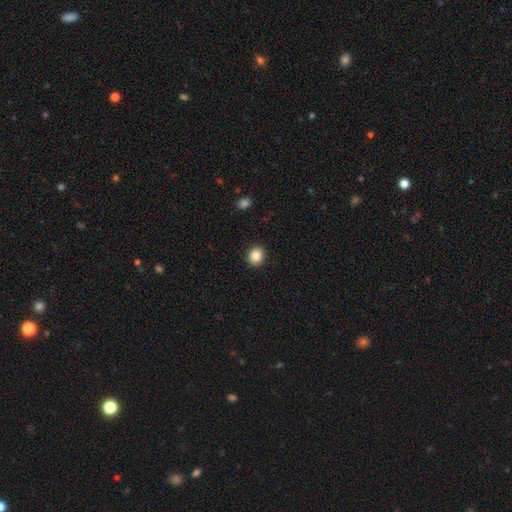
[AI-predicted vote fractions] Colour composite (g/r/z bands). It shows a smooth galaxy with no disk features (86%) that is round (69%). Merging: none (91%).